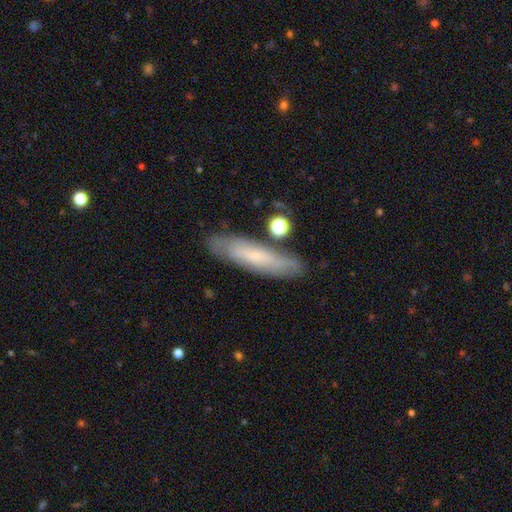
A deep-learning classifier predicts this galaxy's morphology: Smooth or featured?
  - smooth: 50% *
  - featured or disk: 42%
  - star or artifact: 8%
How rounded?
  - cigar-shaped: 75% *
  - in between: 22%
  - round: 2%
Merging?
  - none: 78% *
  - minor disturbance: 14%
  - merger: 4%
  - major disturbance: 4%